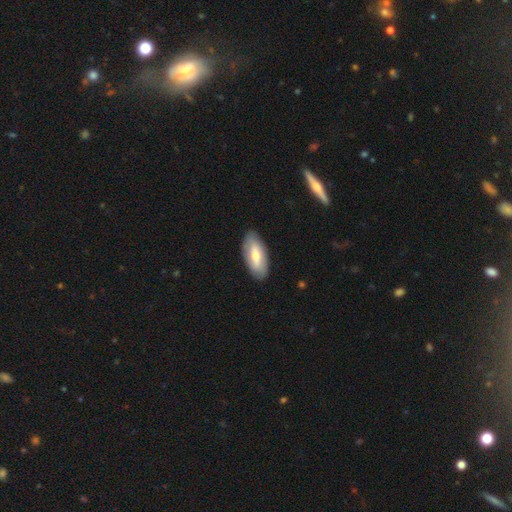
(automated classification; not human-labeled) smooth-or-featured: smooth: 58% | featured or disk: 37% | star or artifact: 5%
  how-rounded: in between: 85% | cigar-shaped: 13% | round: 2%
  merging: none: 87% | minor disturbance: 10% | major disturbance: 2% | merger: 1%